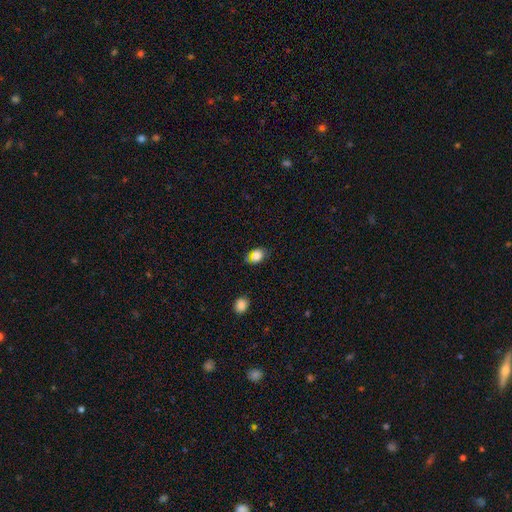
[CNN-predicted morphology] A smooth galaxy with no disk features (77%) that is in between round and cigar-shaped (70%). Merging: none (74%).